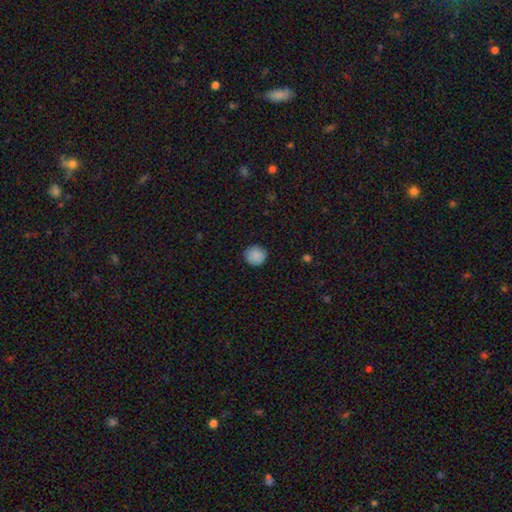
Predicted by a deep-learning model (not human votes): This appears to be a smooth galaxy with no disk features (88%) that is round (91%). Merging: none (88%).